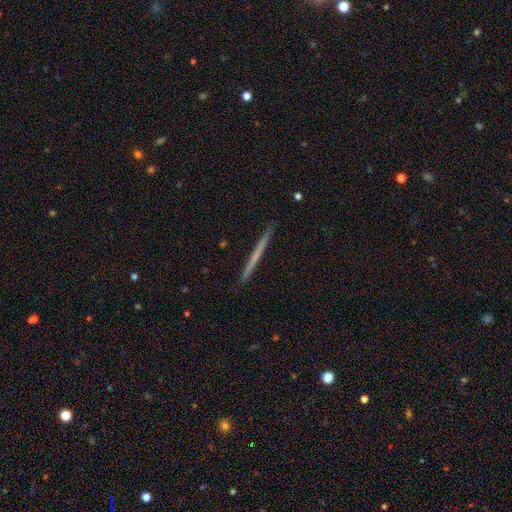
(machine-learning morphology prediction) A featured or disk galaxy (48%).

Vote fractions:
- Smooth or featured? featured or disk: 48% / smooth: 47% / star or artifact: 5%
- Merging? none: 93% / minor disturbance: 5% / major disturbance: 1% / merger: 1%